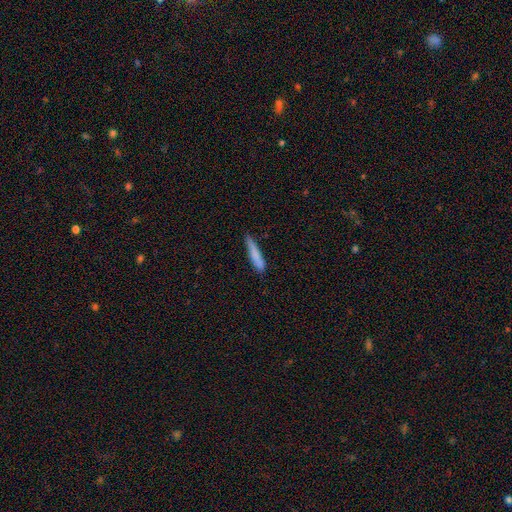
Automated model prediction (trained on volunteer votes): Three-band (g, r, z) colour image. It shows a smooth galaxy with no disk features (79%) that is cigar-shaped (92%). Merging: none (75%).